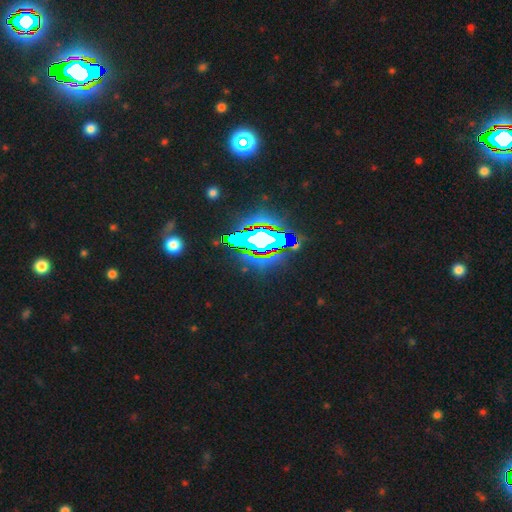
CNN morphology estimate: Smooth or featured: star or artifact — 82% (smooth — 9%)